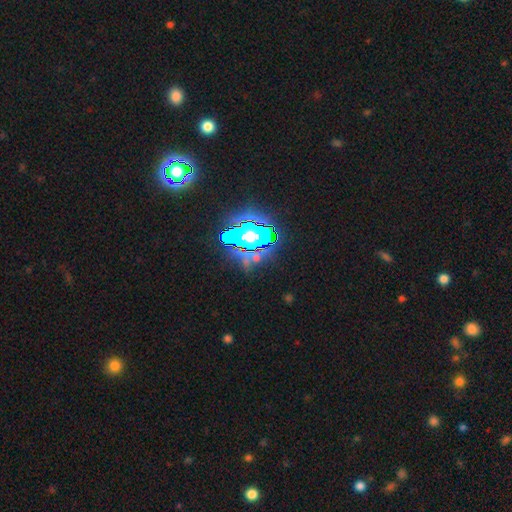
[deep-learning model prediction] Q: Smooth or featured?
A: star or artifact (63%); runner-up: featured or disk (21%)